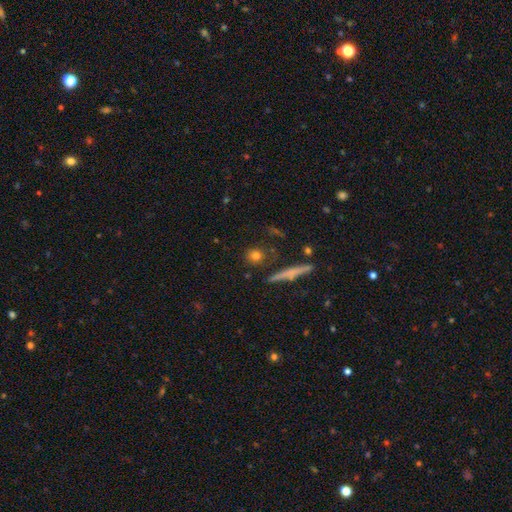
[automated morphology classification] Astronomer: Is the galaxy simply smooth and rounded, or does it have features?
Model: smooth — 74%.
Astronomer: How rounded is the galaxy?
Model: round — 74%.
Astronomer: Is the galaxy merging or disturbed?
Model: none — 81%.